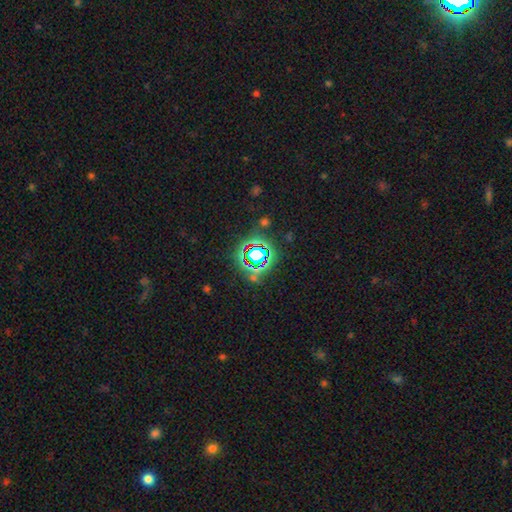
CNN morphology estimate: type=star or artifact (70%).